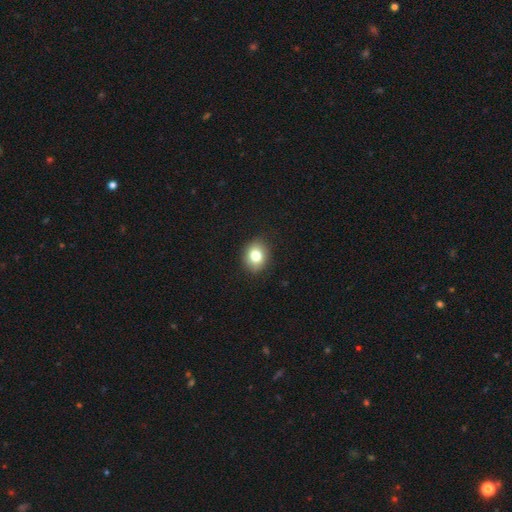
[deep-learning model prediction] The model was most divided on "how rounded": round: 56%, in between: 43%, cigar-shaped: 1%. More confident: merging — none (88%); smooth or featured — smooth (80%).